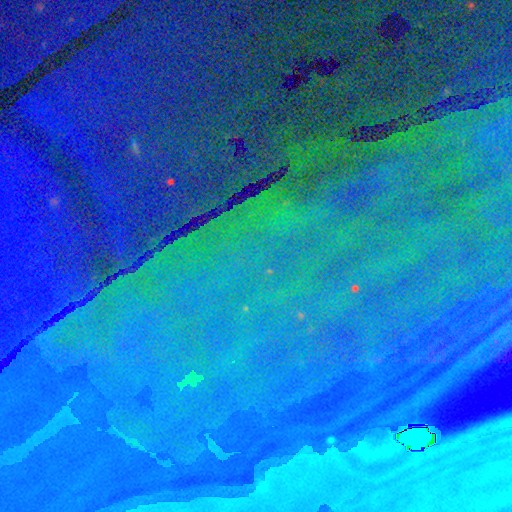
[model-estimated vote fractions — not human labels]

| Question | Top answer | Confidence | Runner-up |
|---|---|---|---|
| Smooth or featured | star or artifact | 85% | featured or disk (8%) |